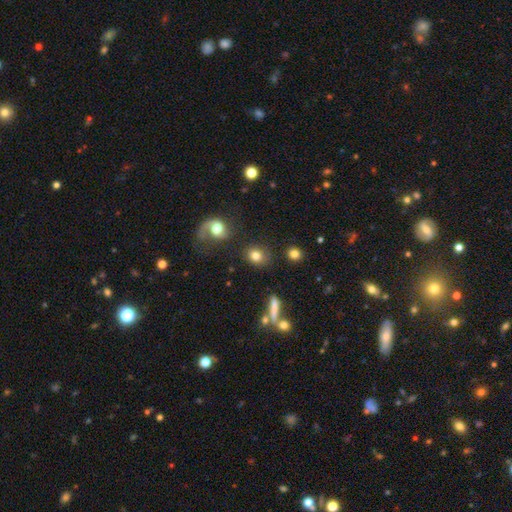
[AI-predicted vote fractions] smooth_or_featured: smooth (p=0.79) [alt: featured or disk p=0.12]
how_rounded: round (p=0.64) [alt: in between p=0.34]
merging: none (p=0.77) [alt: minor disturbance p=0.11]